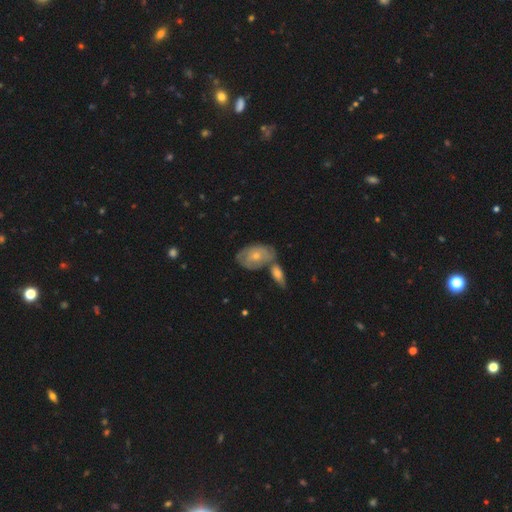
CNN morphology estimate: Smooth or featured? featured or disk (51%)
Edge-on disk? no (90%)
Merging? none (45%)